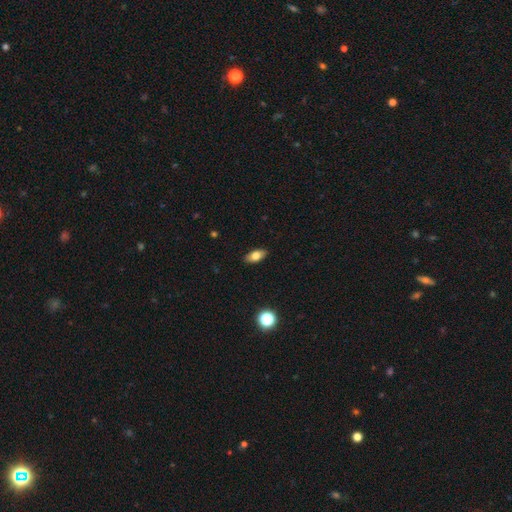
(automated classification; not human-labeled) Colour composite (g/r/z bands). It shows a smooth galaxy with no disk features (77%) that is in between round and cigar-shaped (88%). Merging: none (89%).